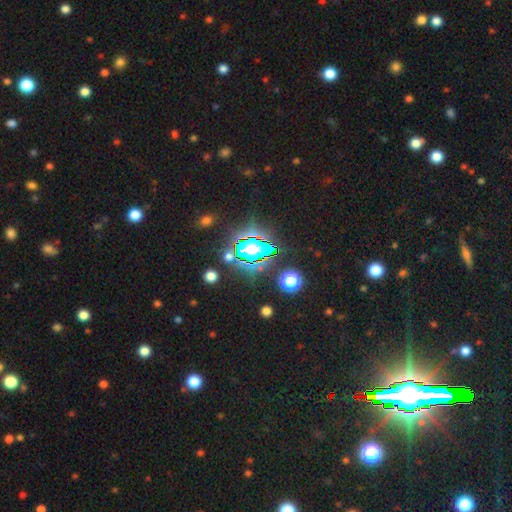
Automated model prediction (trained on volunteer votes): Smooth or featured? star or artifact (76%)